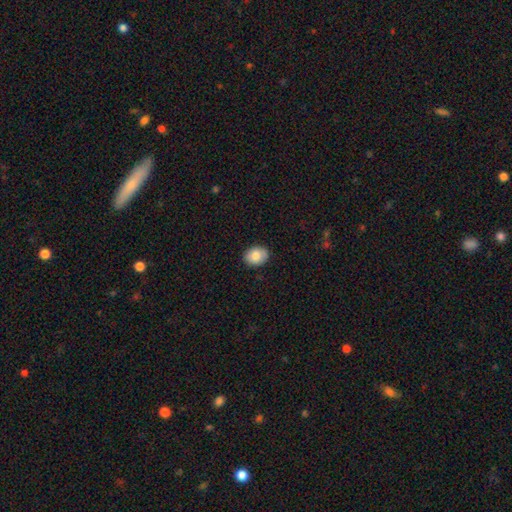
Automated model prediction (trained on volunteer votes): Morphology: type=smooth (83%); roundness=in between (63%); merging=none (88%).